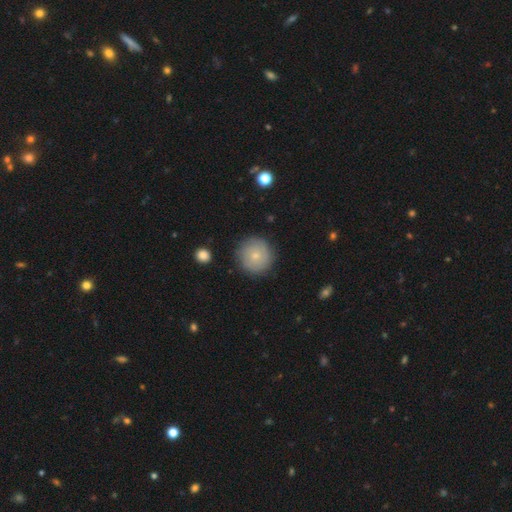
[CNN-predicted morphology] smooth 59%, featured or disk 34%, star or artifact 8%. Down the decision tree: how rounded — round (94%); merging — none (85%).